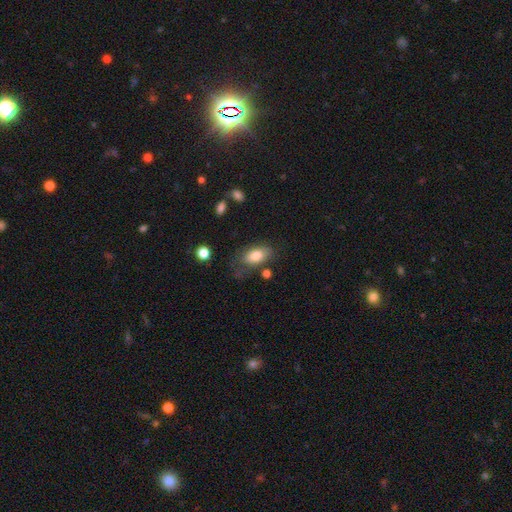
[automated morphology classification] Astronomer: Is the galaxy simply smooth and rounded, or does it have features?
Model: smooth — 80%.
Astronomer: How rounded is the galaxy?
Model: in between — 91%.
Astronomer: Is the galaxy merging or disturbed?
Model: none — 59%.